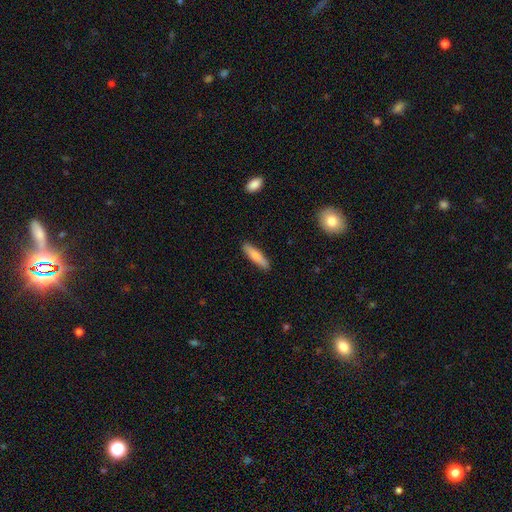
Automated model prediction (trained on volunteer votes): Smooth or featured?
  - smooth: 81% *
  - featured or disk: 14%
  - star or artifact: 6%
How rounded?
  - cigar-shaped: 79% *
  - in between: 20%
  - round: 1%
Merging?
  - none: 90% *
  - minor disturbance: 7%
  - major disturbance: 2%
  - merger: 1%